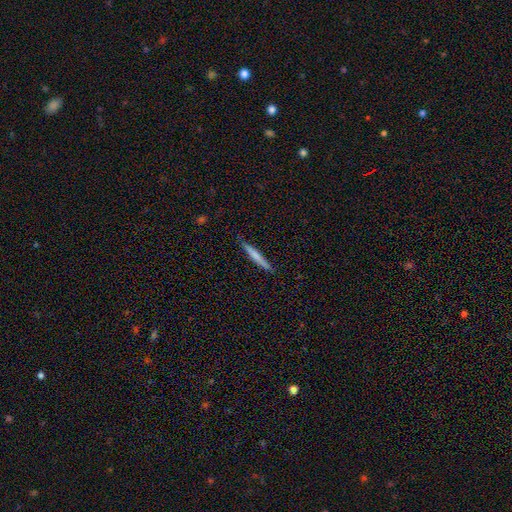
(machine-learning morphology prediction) smooth-or-featured: smooth: 64% | featured or disk: 31% | star or artifact: 6%
  how-rounded: cigar-shaped: 96% | in between: 3% | round: 1%
  merging: none: 87% | minor disturbance: 10% | major disturbance: 2% | merger: 1%